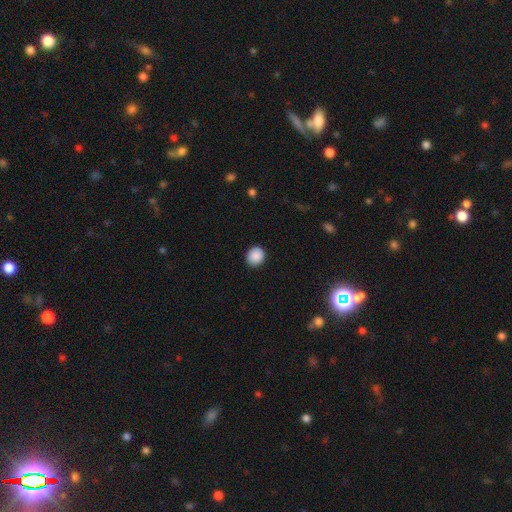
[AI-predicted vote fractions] Smooth or featured?
  - smooth: 89% *
  - star or artifact: 8%
  - featured or disk: 3%
How rounded?
  - round: 82% *
  - in between: 18%
  - cigar-shaped: 1%
Merging?
  - none: 91% *
  - minor disturbance: 6%
  - major disturbance: 2%
  - merger: 1%